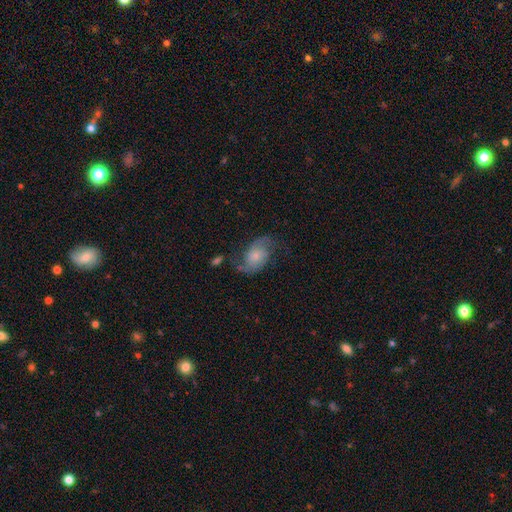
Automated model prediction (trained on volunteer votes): This appears to be a featured or disk galaxy (69%) with no bar (65%), 2 (90%) loose (51%) spiral arms (92%) and a small central bulge (52%). Merging: none (60%).